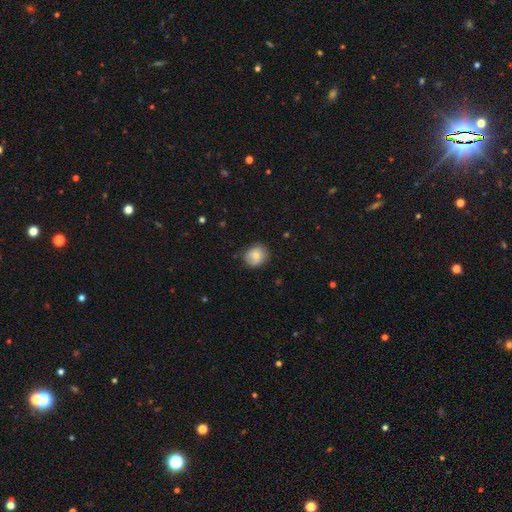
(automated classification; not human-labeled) Morphology: type=smooth (72%); roundness=round (76%); merging=none (78%).